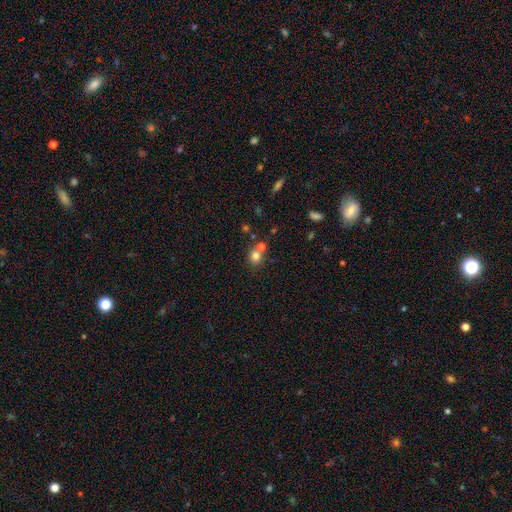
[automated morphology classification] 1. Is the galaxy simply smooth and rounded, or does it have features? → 77% smooth, 14% star or artifact, 9% featured or disk.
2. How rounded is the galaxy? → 82% round, 17% in between, 1% cigar-shaped.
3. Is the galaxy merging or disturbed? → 56% none, 33% merger, 8% minor disturbance, 3% major disturbance.